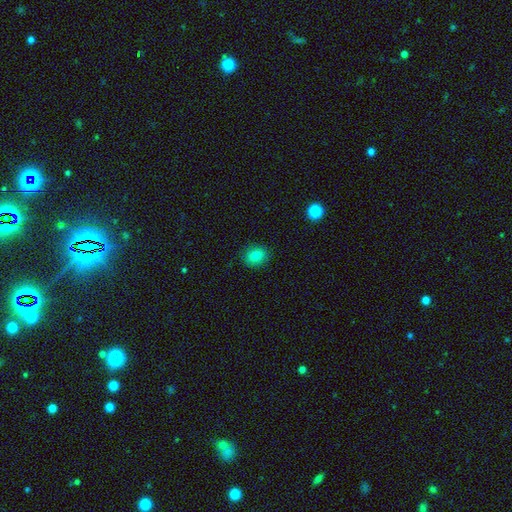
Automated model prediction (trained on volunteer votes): Smooth or featured: smooth — 83% (star or artifact — 10%)
How rounded: round — 55% (in between — 44%)
Merging: none — 88% (minor disturbance — 9%)